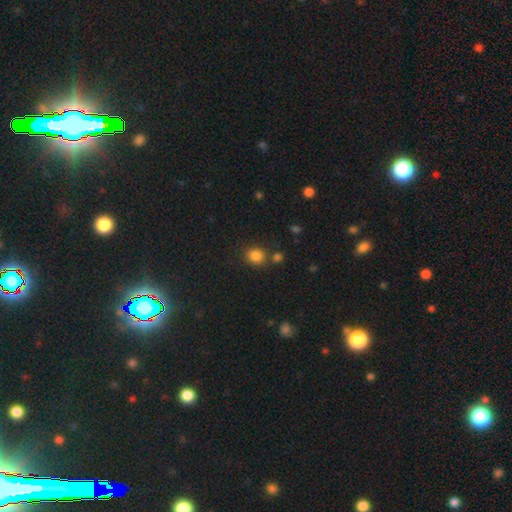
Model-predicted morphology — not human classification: This appears to be a smooth galaxy with no disk features (83%) that is round (76%). Merging: none (75%).